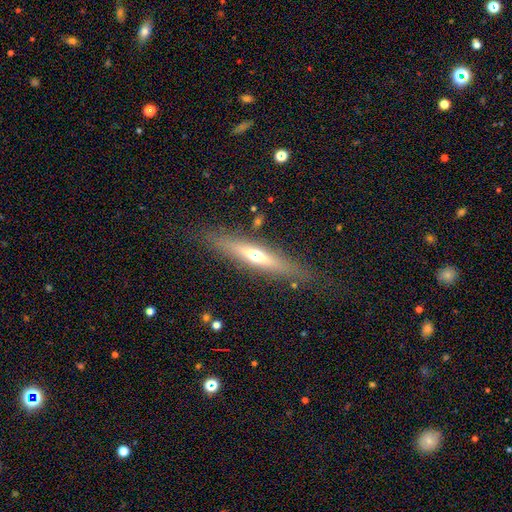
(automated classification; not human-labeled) Q: Smooth or featured?
A: featured or disk (57%); runner-up: smooth (35%)
Q: Edge-on disk?
A: yes (87%); runner-up: no (13%)
Q: Merging?
A: none (81%); runner-up: minor disturbance (11%)